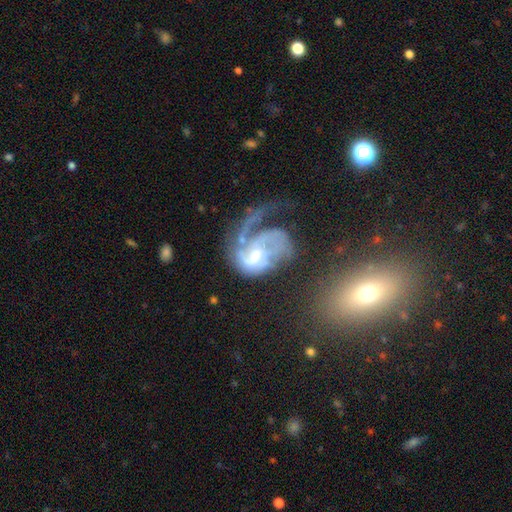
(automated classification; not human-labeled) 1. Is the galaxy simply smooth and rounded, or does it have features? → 79% featured or disk, 14% smooth, 7% star or artifact.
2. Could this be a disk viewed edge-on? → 98% no, 2% yes.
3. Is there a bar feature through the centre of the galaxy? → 53% no, 39% weak, 8% strong.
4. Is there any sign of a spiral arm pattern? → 84% yes, 16% no.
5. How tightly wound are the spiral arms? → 42% loose, 36% medium, 22% tight.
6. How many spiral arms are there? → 56% 1, 19% 2, 16% can't tell, 5% 3, 2% 4, 2% more than 4.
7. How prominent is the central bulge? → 52% moderate, 33% small, 7% large, 6% none, 2% dominant.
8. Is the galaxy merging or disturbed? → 56% major disturbance, 20% none, 13% minor disturbance, 11% merger.